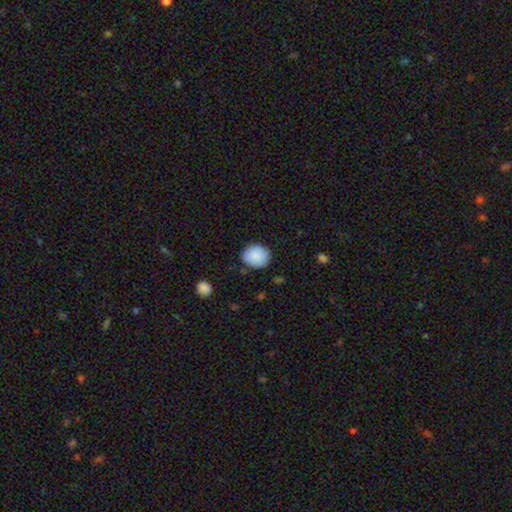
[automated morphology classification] Smooth or featured? smooth (89%)
How rounded? round (65%)
Merging? none (81%)